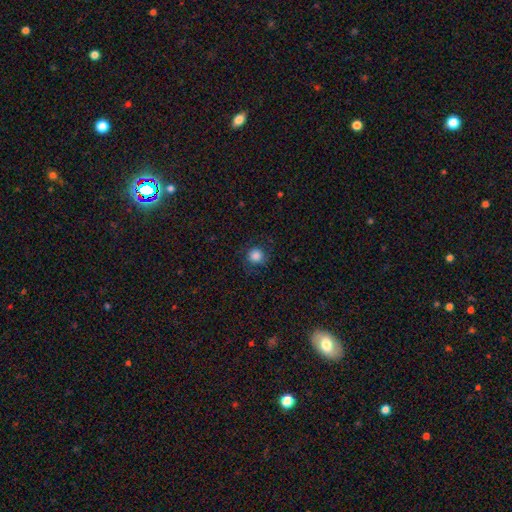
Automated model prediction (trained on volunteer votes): Morphology: type=smooth (83%); roundness=round (93%); merging=none (82%).